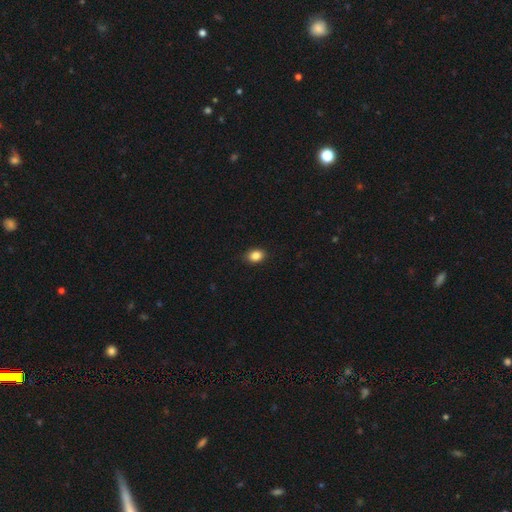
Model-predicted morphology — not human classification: Smooth or featured?
  - smooth: 86% *
  - star or artifact: 9%
  - featured or disk: 4%
How rounded?
  - in between: 73% *
  - round: 26%
  - cigar-shaped: 1%
Merging?
  - none: 89% *
  - minor disturbance: 8%
  - major disturbance: 2%
  - merger: 1%